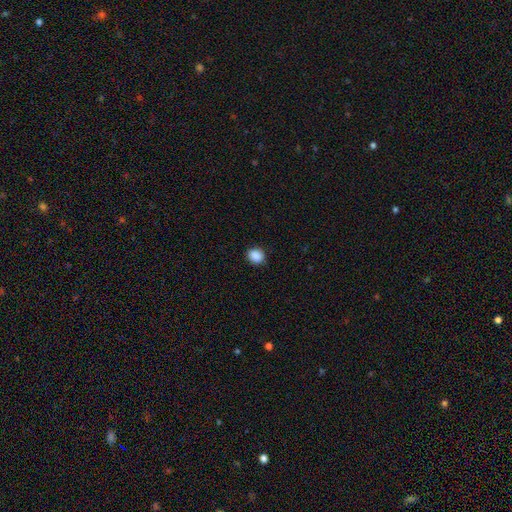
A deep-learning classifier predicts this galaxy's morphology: smooth_or_featured: smooth (p=0.89) [alt: star or artifact p=0.09]
how_rounded: round (p=0.71) [alt: in between p=0.28]
merging: none (p=0.89) [alt: minor disturbance p=0.08]